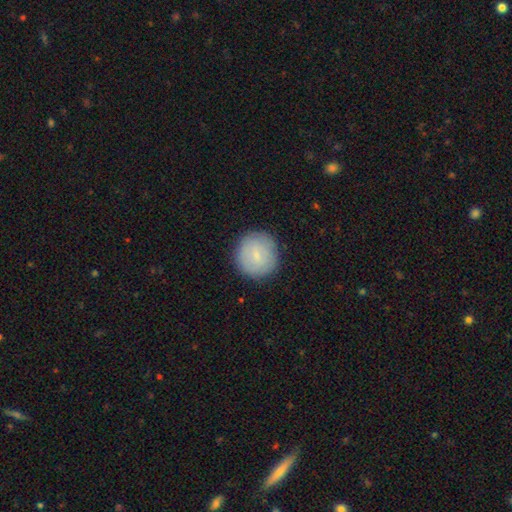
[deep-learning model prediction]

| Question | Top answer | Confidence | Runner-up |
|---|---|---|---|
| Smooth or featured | smooth | 78% | featured or disk (16%) |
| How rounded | round | 93% | in between (6%) |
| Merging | none | 88% | minor disturbance (9%) |